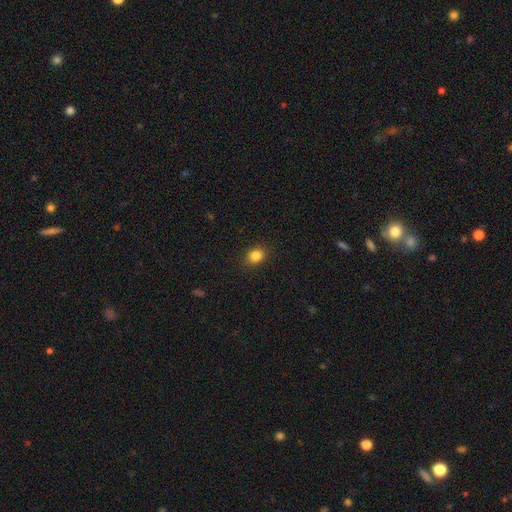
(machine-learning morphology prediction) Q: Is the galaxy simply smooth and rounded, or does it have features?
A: smooth — 85%.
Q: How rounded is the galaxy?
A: round — 61%.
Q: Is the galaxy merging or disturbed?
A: none — 89%.